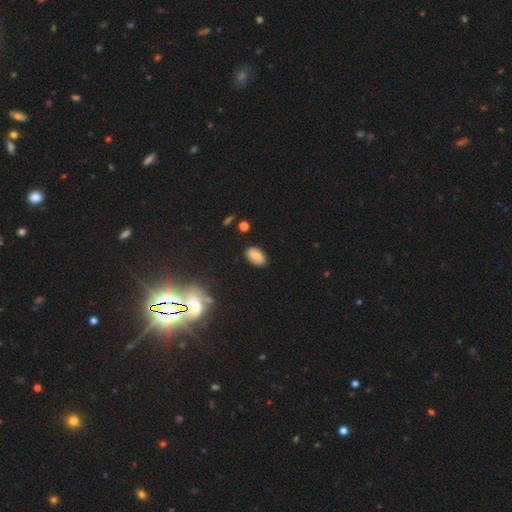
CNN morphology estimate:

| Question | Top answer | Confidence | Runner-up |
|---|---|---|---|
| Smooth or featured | smooth | 61% | featured or disk (29%) |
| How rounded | in between | 90% | round (9%) |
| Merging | none | 84% | minor disturbance (12%) |